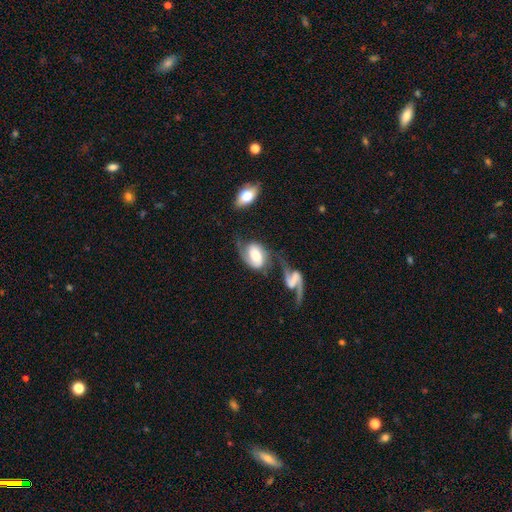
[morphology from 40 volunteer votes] Volunteers were most divided on "bulge size" (3-way tie): dominant: 25%, large: 25%, small: 25%, moderate: 19%, none: 6%. Remaining: edge-on disk — no (97%); spiral arms — yes (84%); smooth or featured — featured or disk (82%); spiral arm count — 2 (63%); spiral winding — medium (59%); bar — no (50%); merging — merger (49%).